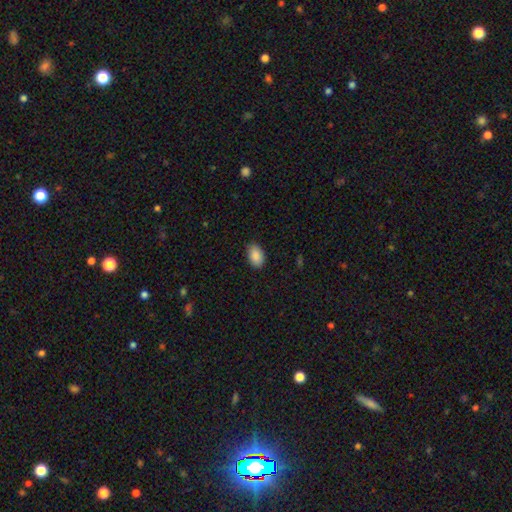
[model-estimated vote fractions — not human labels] Smooth or featured?
  - smooth: 90% *
  - star or artifact: 7%
  - featured or disk: 3%
How rounded?
  - in between: 89% *
  - round: 10%
  - cigar-shaped: 1%
Merging?
  - none: 84% *
  - minor disturbance: 13%
  - major disturbance: 3%
  - merger: 1%